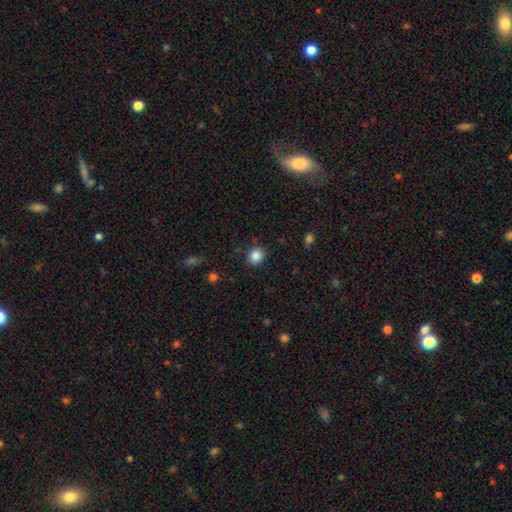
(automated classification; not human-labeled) Smooth or featured?
  - smooth: 86% *
  - star or artifact: 10%
  - featured or disk: 4%
How rounded?
  - round: 76% *
  - in between: 23%
  - cigar-shaped: 1%
Merging?
  - none: 86% *
  - minor disturbance: 10%
  - major disturbance: 3%
  - merger: 2%